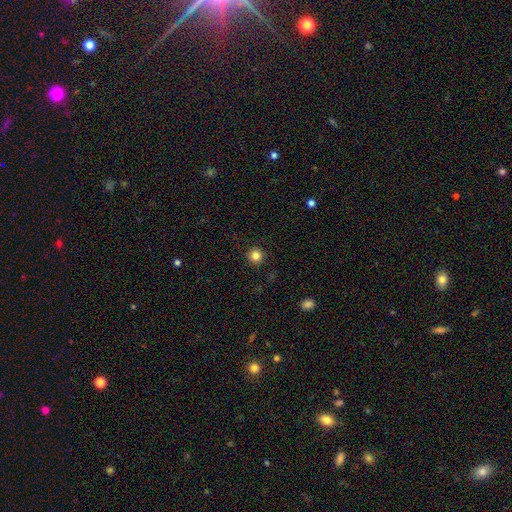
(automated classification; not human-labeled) A smooth galaxy with no disk features (84%) that is round (95%). Merging: none (92%).